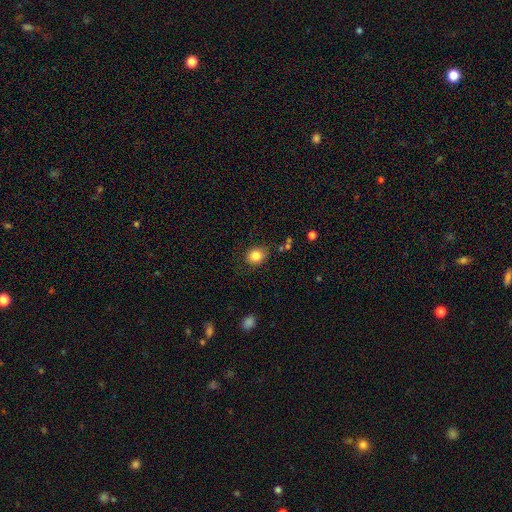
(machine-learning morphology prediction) The model was most divided on "how rounded": round: 63%, in between: 36%, cigar-shaped: 1%. More confident: smooth or featured — smooth (84%); merging — none (75%).